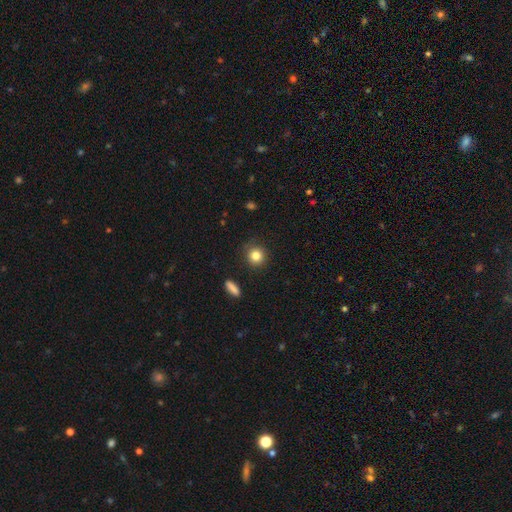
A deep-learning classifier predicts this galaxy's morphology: This appears to be a smooth galaxy with no disk features (82%) that is round (92%). Merging: none (88%).